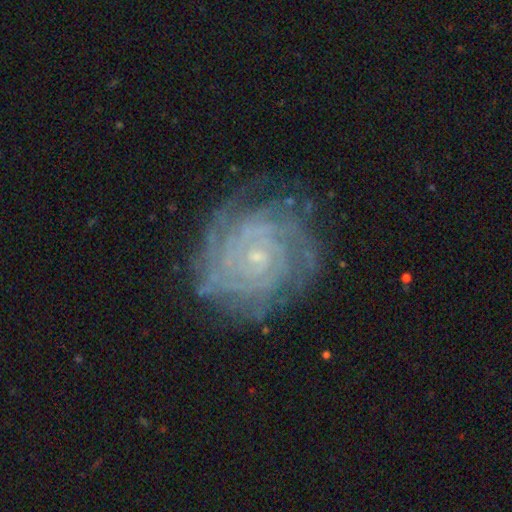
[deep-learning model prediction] Overall: featured or disk (88%). Edge-on disk: no (97%). Bar: no (74%). Spiral arms: yes (98%). Spiral arm count: can't tell (26%; 4 22%). Spiral winding: tight (84%). Bulge size: small (84%). Merging: none (77%).